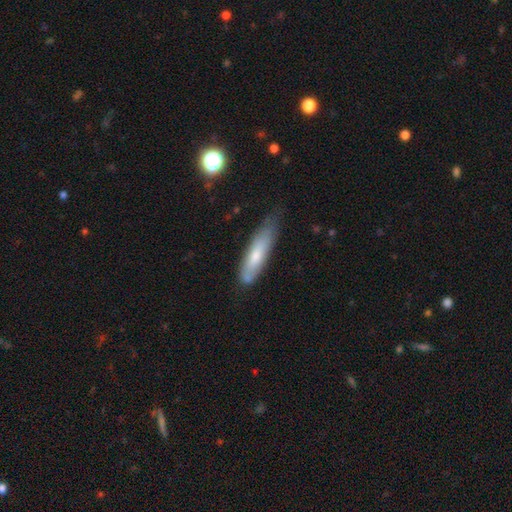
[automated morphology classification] smooth 61%, featured or disk 32%, star or artifact 7%. Down the decision tree: how rounded — cigar-shaped (70%); merging — none (57%).